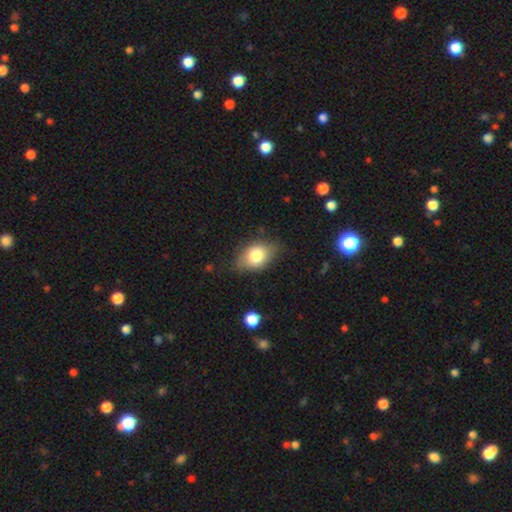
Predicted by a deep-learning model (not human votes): smooth_or_featured: smooth (p=0.76) [alt: featured or disk p=0.16]
how_rounded: in between (p=0.82) [alt: round p=0.16]
merging: none (p=0.71) [alt: minor disturbance p=0.22]